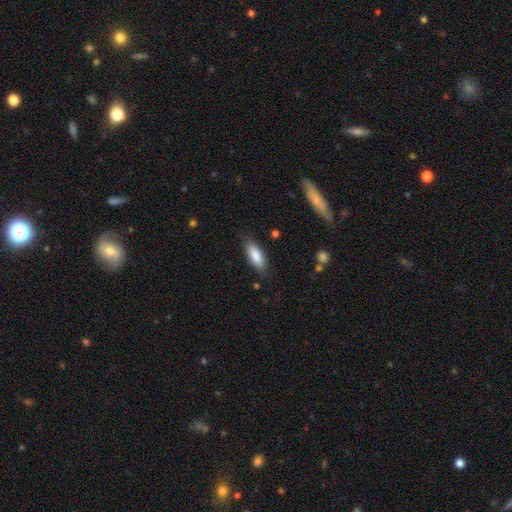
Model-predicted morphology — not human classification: Smooth or featured? Predicted: smooth (p=0.87). How rounded? Predicted: in between (p=0.73). Merging? Predicted: none (p=0.84).